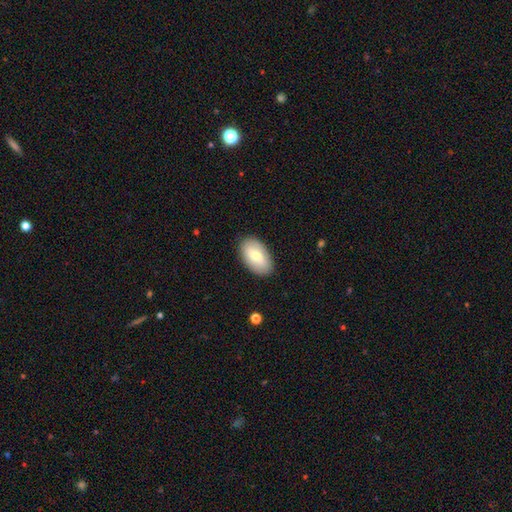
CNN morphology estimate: smooth 63%, featured or disk 30%, star or artifact 6%. Down the decision tree: how rounded — in between (93%); merging — none (87%).